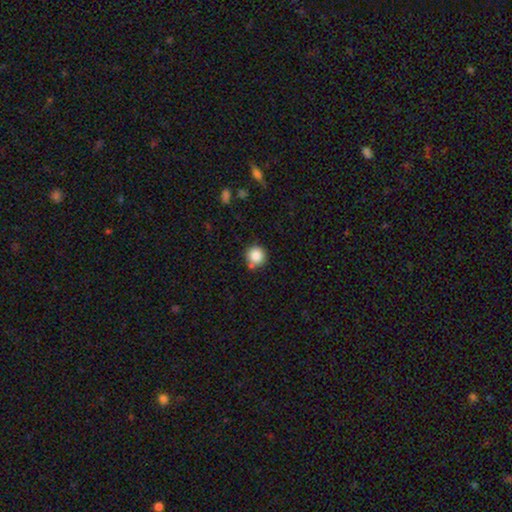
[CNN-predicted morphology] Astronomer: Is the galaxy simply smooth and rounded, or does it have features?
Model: smooth — 85%.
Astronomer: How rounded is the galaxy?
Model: round — 93%.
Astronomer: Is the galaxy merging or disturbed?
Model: none — 72%.